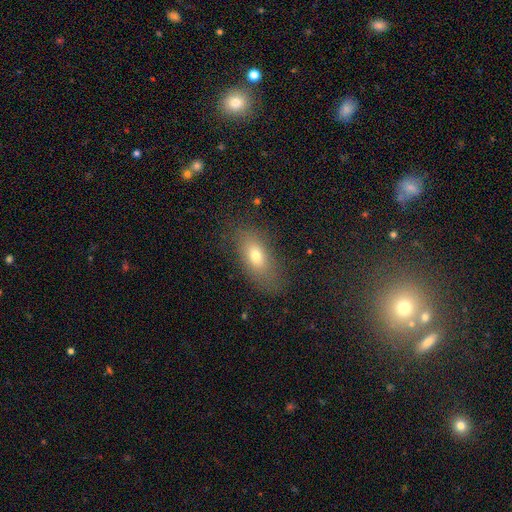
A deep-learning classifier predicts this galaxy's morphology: This is likely a smooth galaxy (70%). How rounded: clearly in between (82%). Merging: likely none (76%).